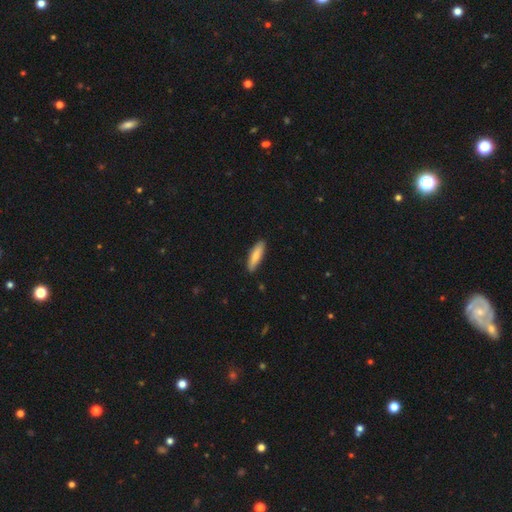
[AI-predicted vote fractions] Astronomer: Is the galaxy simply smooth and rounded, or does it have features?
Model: smooth — 81%.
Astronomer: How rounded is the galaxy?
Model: cigar-shaped — 65%.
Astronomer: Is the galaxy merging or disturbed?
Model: none — 88%.